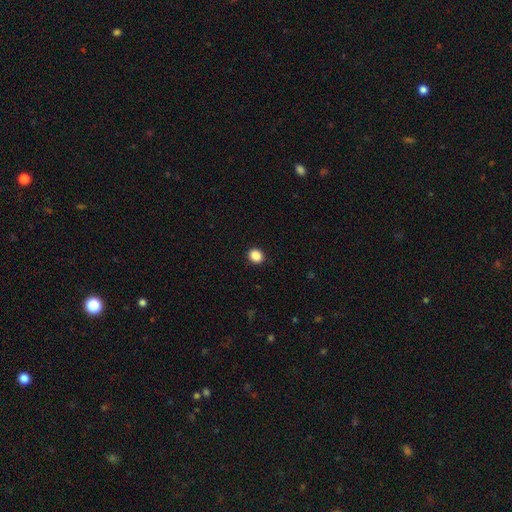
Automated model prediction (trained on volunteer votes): Overall: smooth (88%). How rounded: round (76%). Merging: none (92%).